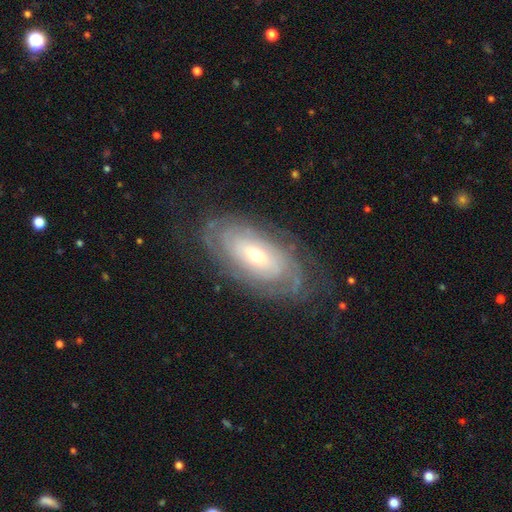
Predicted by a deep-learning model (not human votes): Smooth or featured? featured or disk (80%)
Edge-on disk? no (92%)
Bar? no (70%)
Spiral arms? yes (87%)
Spiral winding? tight (79%)
Spiral arm count? can't tell (54%)
Bulge size? small (49%)
Merging? none (77%)